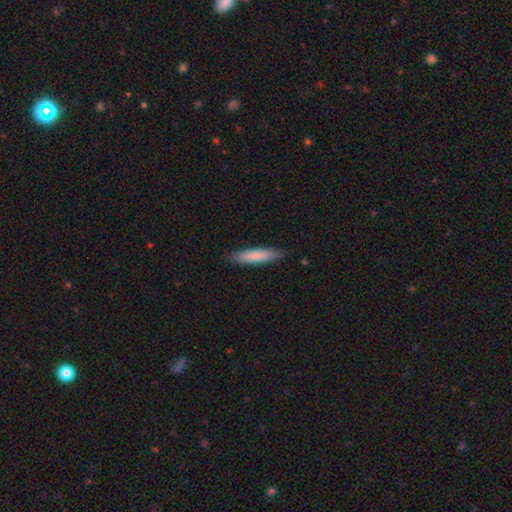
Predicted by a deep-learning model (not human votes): The model was most divided on "smooth or featured": smooth: 80%, featured or disk: 15%, star or artifact: 5%. More confident: merging — none (89%); how rounded — cigar-shaped (84%).